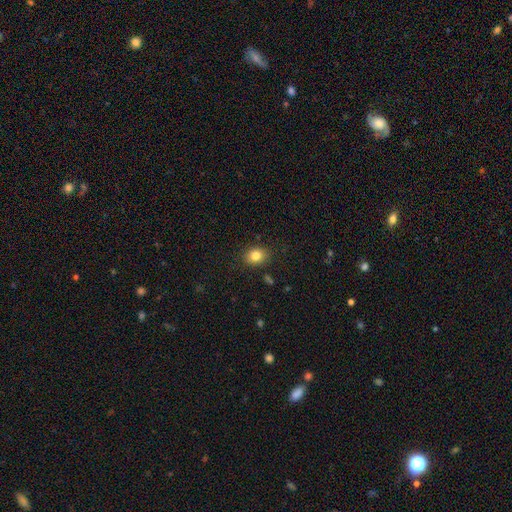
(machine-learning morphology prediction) Smooth or featured? Predicted: smooth (p=0.81). How rounded? Predicted: round (p=0.50). Merging? Predicted: none (p=0.86).